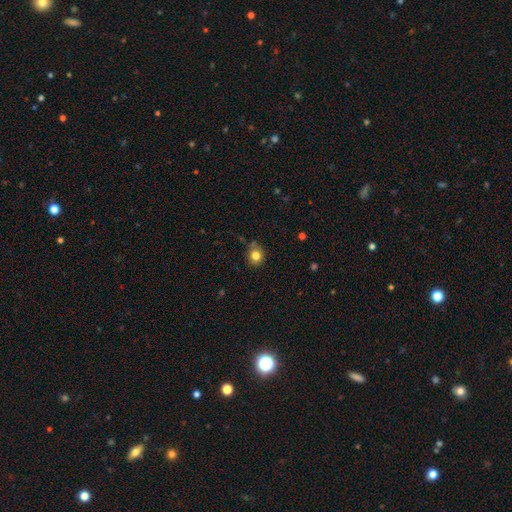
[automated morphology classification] Q: Smooth or featured?
A: smooth (80%); runner-up: star or artifact (12%)
Q: How rounded?
A: round (80%); runner-up: in between (19%)
Q: Merging?
A: none (74%); runner-up: minor disturbance (18%)